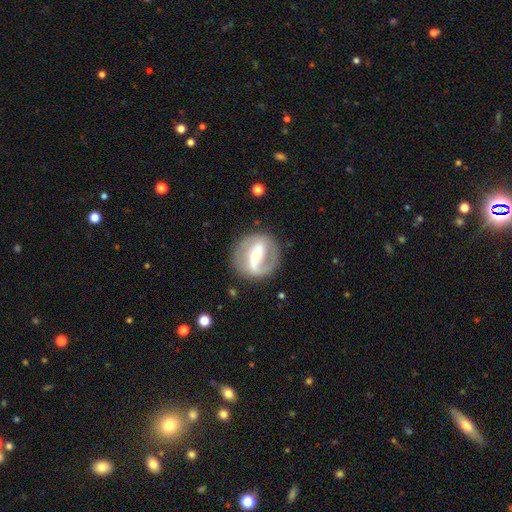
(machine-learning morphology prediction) featured or disk 79%, smooth 15%, star or artifact 5%. Down the decision tree: edge-on disk — no (95%); bar — strong (59%); spiral arms — yes (79%); spiral arm count — 2 (74%); spiral winding — medium (42%); bulge size — moderate (50%); merging — none (79%).